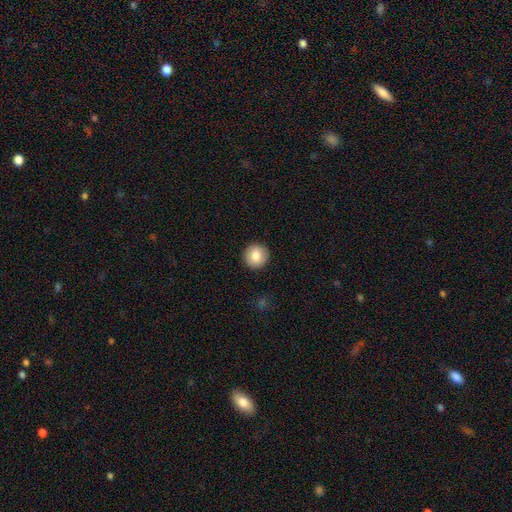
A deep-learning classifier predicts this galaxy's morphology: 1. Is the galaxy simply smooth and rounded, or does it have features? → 83% smooth, 9% featured or disk, 8% star or artifact.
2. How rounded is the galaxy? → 94% round, 5% in between, 1% cigar-shaped.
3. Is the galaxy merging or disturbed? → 92% none, 5% minor disturbance, 2% major disturbance, 1% merger.